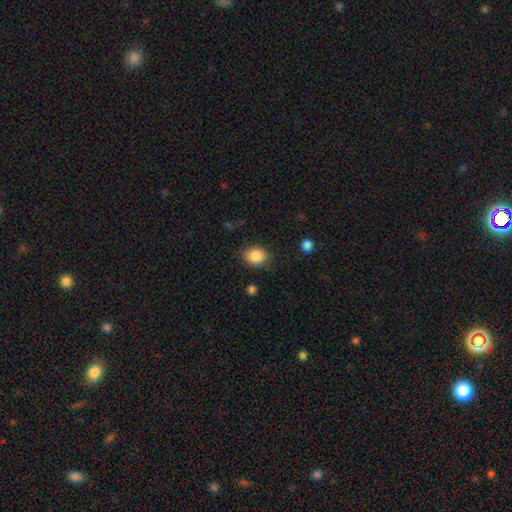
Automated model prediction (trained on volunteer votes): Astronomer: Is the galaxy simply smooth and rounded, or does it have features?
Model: smooth — 87%.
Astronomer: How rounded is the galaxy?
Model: in between — 53% (runner-up: round, 46%).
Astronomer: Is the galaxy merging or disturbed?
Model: none — 82%.